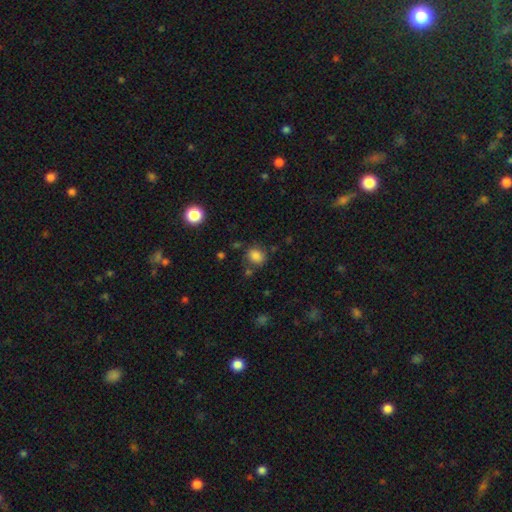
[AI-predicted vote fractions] A smooth galaxy with no disk features (83%) that is round (67%).

Vote fractions:
- Smooth or featured? smooth: 83% / star or artifact: 12% / featured or disk: 5%
- How rounded? round: 67% / in between: 32% / cigar-shaped: 1%
- Merging? none: 75% / minor disturbance: 14% / merger: 6% / major disturbance: 5%